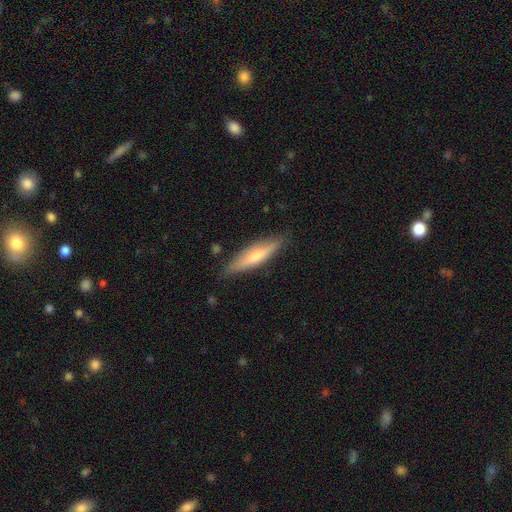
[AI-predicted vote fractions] smooth 52%, featured or disk 42%, star or artifact 6%. Down the decision tree: how rounded — cigar-shaped (78%); merging — none (83%).